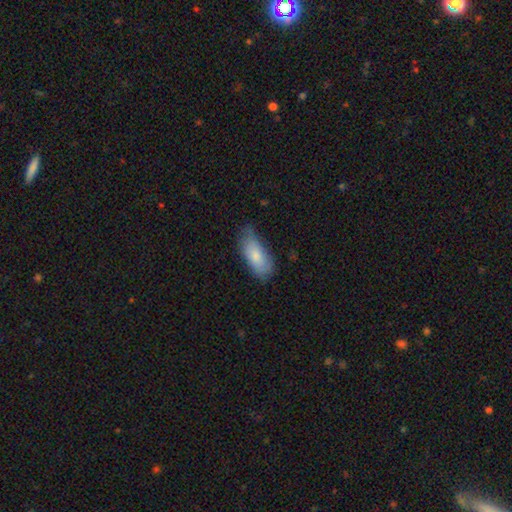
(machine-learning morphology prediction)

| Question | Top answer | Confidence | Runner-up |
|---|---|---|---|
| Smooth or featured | smooth | 81% | featured or disk (13%) |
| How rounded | in between | 83% | cigar-shaped (15%) |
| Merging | none | 58% | minor disturbance (33%) |